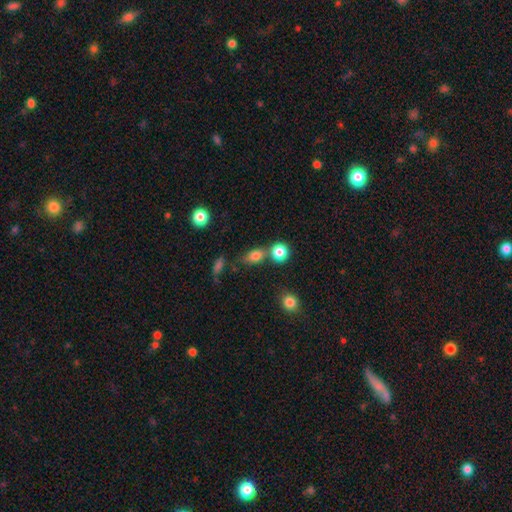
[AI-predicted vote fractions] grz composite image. It shows a smooth galaxy with no disk features (79%) that is in between round and cigar-shaped (60%). Merging: none (53%).